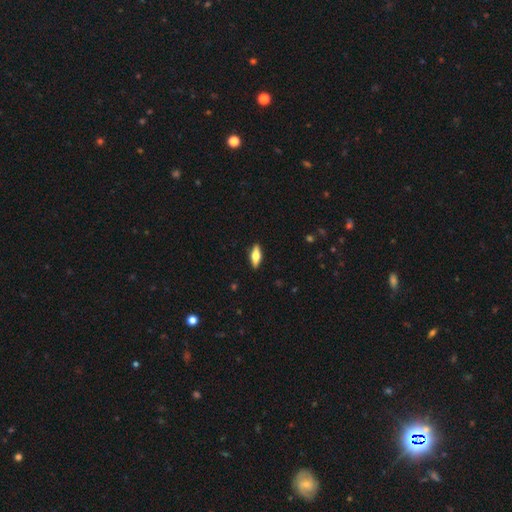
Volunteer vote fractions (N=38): A smooth galaxy with no disk features (50%) that is in between round and cigar-shaped (53%).

Vote fractions:
- Smooth or featured? smooth: 50% / featured or disk: 45% / star or artifact: 5%
- How rounded? in between: 53% / cigar-shaped: 47% / round: 0%
- Merging? none: 81% / minor disturbance: 14% / major disturbance: 6% / merger: 0%